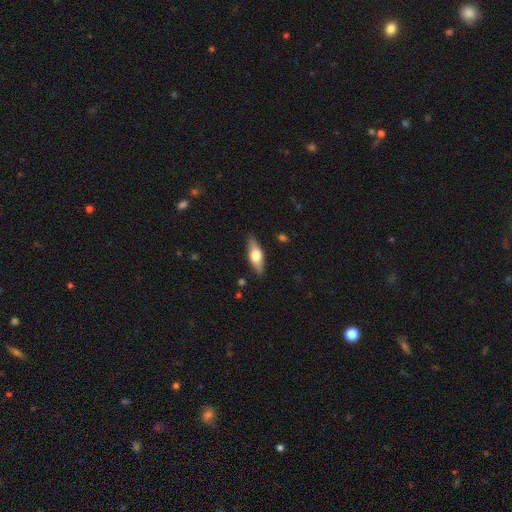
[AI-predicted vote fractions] Q: Smooth or featured?
A: smooth (52%); runner-up: featured or disk (42%)
Q: How rounded?
A: in between (62%); runner-up: cigar-shaped (35%)
Q: Merging?
A: none (86%); runner-up: minor disturbance (10%)